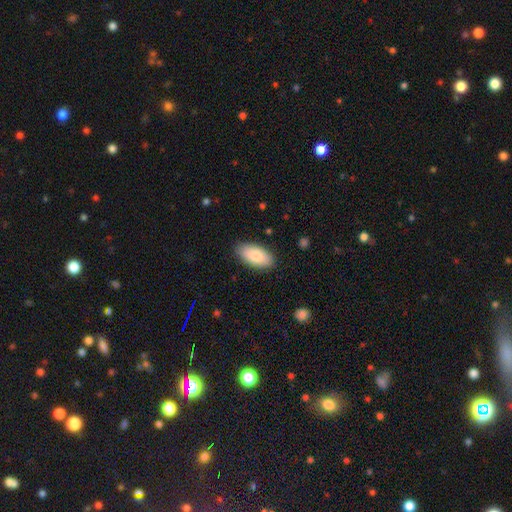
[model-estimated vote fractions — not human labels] The model was most divided on "smooth or featured": smooth: 84%, featured or disk: 11%, star or artifact: 6%. More confident: how rounded — in between (94%); merging — none (87%).